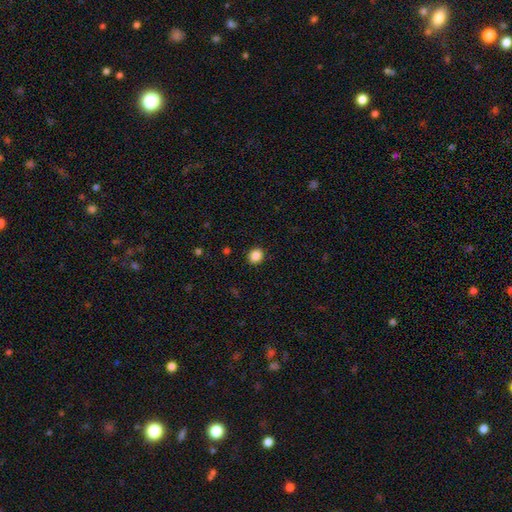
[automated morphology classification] This is clearly a smooth galaxy (87%). How rounded: likely round (70%). Merging: clearly none (91%).